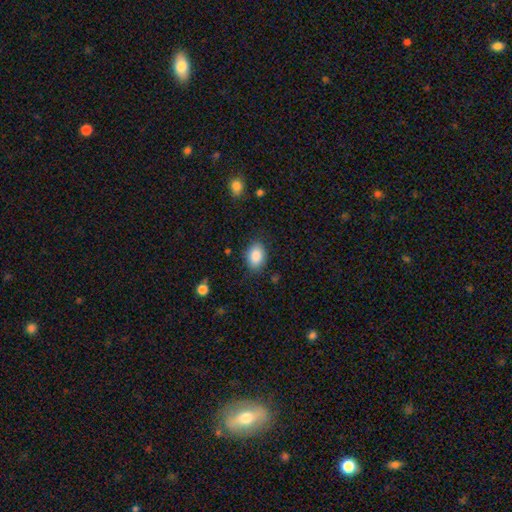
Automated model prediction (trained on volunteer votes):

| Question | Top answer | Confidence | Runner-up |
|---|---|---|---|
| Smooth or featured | smooth | 87% | star or artifact (7%) |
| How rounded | in between | 82% | round (17%) |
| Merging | none | 84% | minor disturbance (12%) |